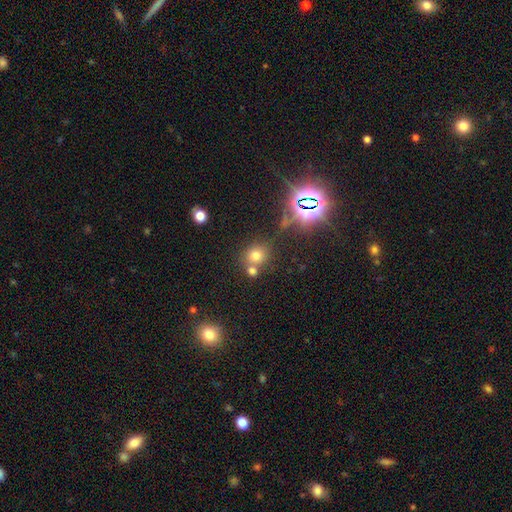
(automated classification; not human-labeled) Smooth or featured? smooth (69%)
How rounded? round (79%)
Merging? none (57%)